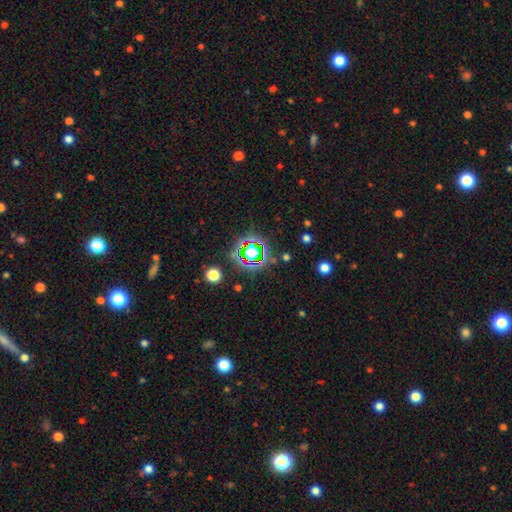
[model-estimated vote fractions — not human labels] Smooth or featured? star or artifact (66%)